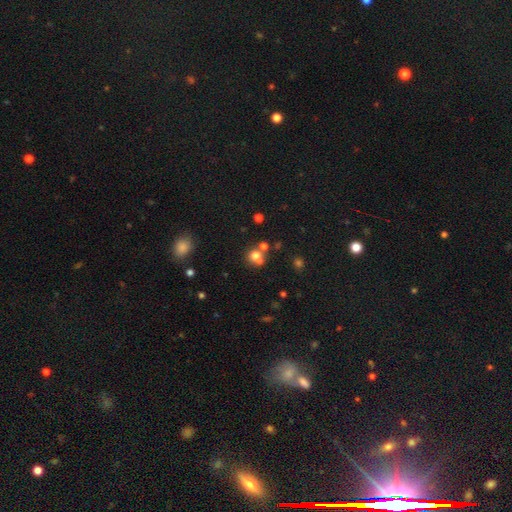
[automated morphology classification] smooth-or-featured: smooth: 71% | star or artifact: 15% | featured or disk: 14%
  how-rounded: round: 83% | in between: 16% | cigar-shaped: 1%
  merging: none: 46% | merger: 41% | minor disturbance: 8% | major disturbance: 4%